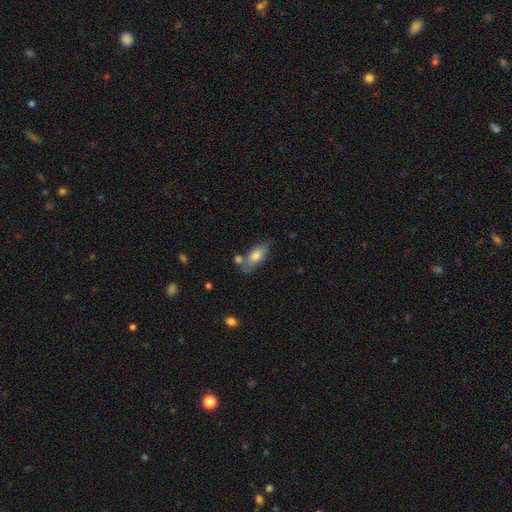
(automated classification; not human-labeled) The model was most divided on "merging": none: 57%, minor disturbance: 19%, merger: 18%, major disturbance: 6%. More confident: how rounded — in between (83%); smooth or featured — smooth (73%).